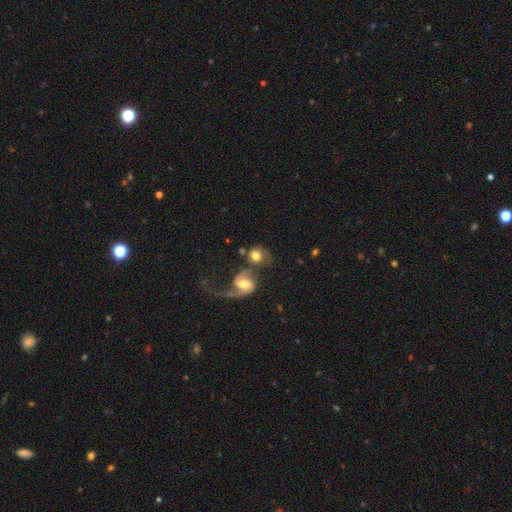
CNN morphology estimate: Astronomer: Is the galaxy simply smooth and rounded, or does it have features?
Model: smooth — 59%.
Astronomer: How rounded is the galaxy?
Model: round — 72%.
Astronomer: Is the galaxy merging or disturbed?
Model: merger — 43% (runner-up: none, 34%).